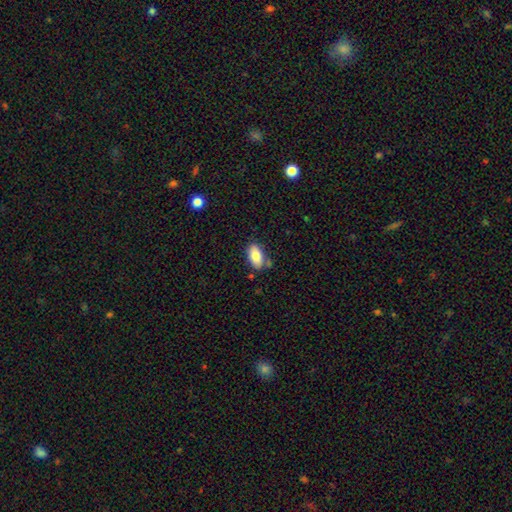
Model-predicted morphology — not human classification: smooth 81%, featured or disk 12%, star or artifact 7%. Down the decision tree: how rounded — in between (92%); merging — none (74%).